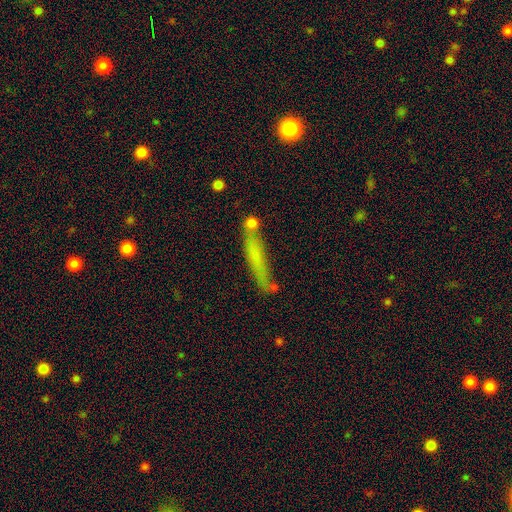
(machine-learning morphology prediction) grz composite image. It shows a smooth galaxy with no disk features (62%) that is cigar-shaped (90%). Merging: none (65%).